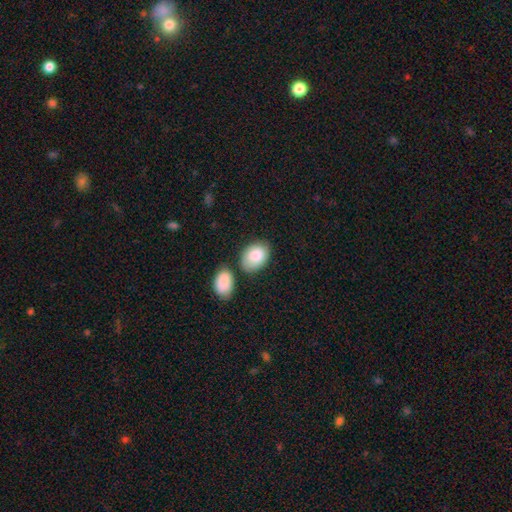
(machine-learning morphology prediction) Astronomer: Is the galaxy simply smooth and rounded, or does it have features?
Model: smooth — 86%.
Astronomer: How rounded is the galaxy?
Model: in between — 81%.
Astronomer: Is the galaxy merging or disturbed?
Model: none — 61%.